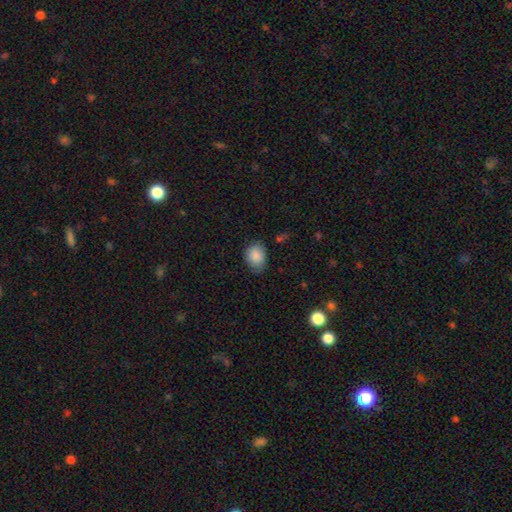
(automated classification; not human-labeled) Smooth or featured? Predicted: smooth (p=0.88). How rounded? Predicted: in between (p=0.68). Merging? Predicted: none (p=0.72).